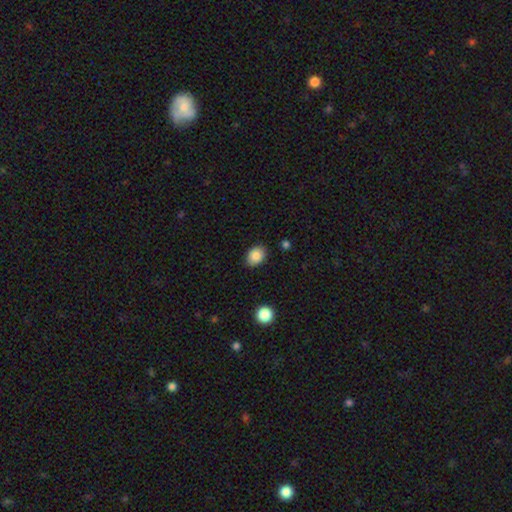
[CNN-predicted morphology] Overall: smooth (86%). How rounded: in between (69%; round 30%). Merging: none (86%).